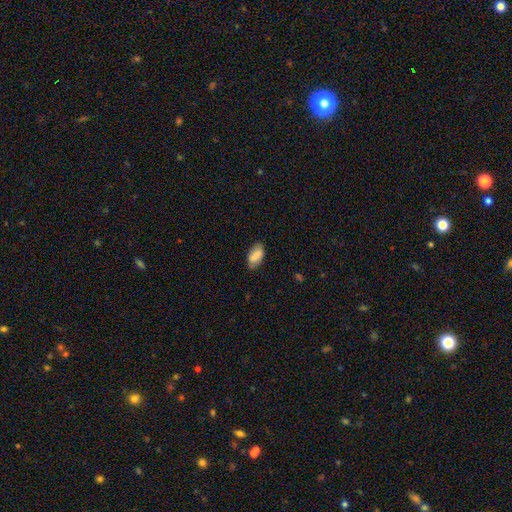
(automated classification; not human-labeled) smooth 84%, featured or disk 9%, star or artifact 7%. Down the decision tree: how rounded — in between (93%); merging — none (76%).